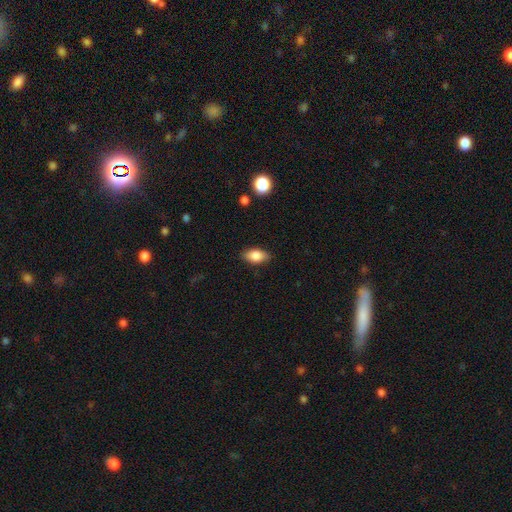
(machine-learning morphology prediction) The model was most divided on "smooth or featured": smooth: 82%, featured or disk: 10%, star or artifact: 8%. More confident: how rounded — in between (89%); merging — none (86%).